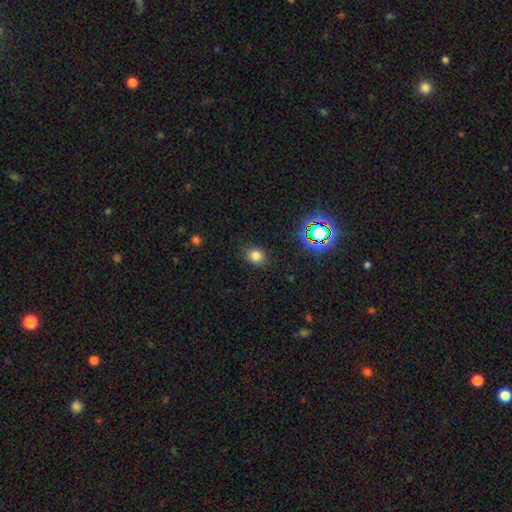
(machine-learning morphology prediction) A smooth galaxy with no disk features (77%) that is in between round and cigar-shaped (51%).

Vote fractions:
- Smooth or featured? smooth: 77% / star or artifact: 17% / featured or disk: 6%
- How rounded? in between: 51% / round: 48% / cigar-shaped: 1%
- Merging? none: 86% / minor disturbance: 10% / major disturbance: 3% / merger: 1%